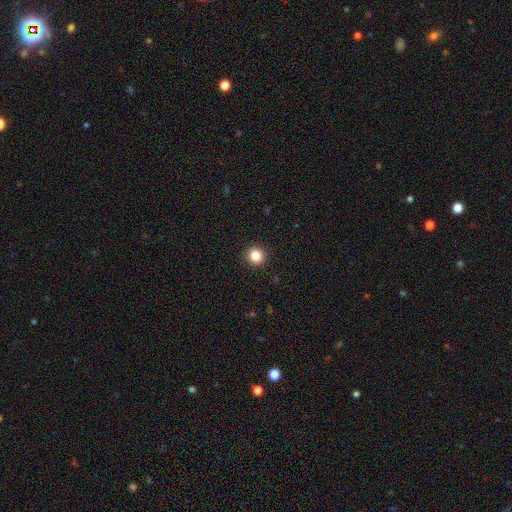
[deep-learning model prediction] Smooth or featured: smooth — 84% (star or artifact — 11%)
How rounded: round — 93% (in between — 6%)
Merging: none — 93% (minor disturbance — 5%)